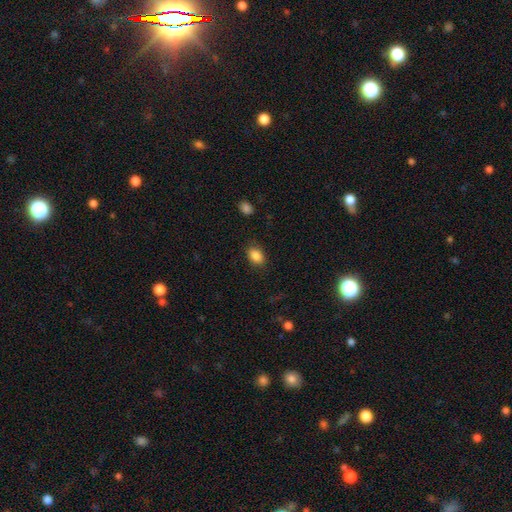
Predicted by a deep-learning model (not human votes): Overall: smooth (87%). How rounded: in between (81%). Merging: none (86%).